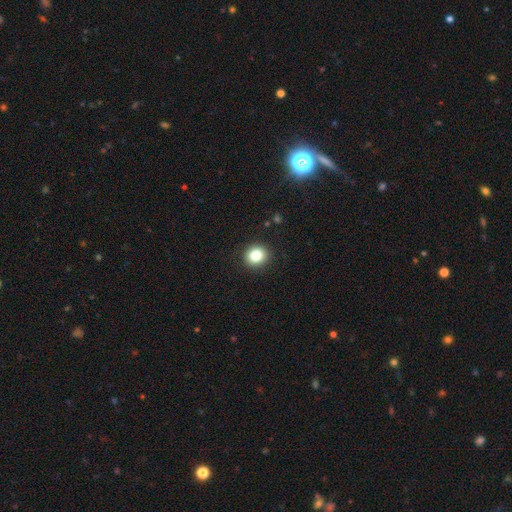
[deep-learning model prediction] A smooth galaxy with no disk features (84%) that is round (83%).

Vote fractions:
- Smooth or featured? smooth: 84% / star or artifact: 10% / featured or disk: 6%
- How rounded? round: 83% / in between: 17% / cigar-shaped: 1%
- Merging? none: 91% / minor disturbance: 6% / major disturbance: 2% / merger: 1%